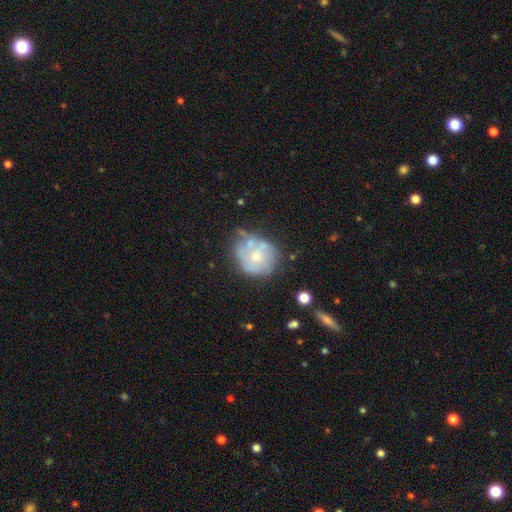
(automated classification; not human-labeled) Q: Smooth or featured?
A: featured or disk (54%); runner-up: smooth (38%)
Q: Edge-on disk?
A: no (98%); runner-up: yes (2%)
Q: Bar?
A: no (86%); runner-up: weak (12%)
Q: Spiral arms?
A: no (70%); runner-up: yes (30%)
Q: Bulge size?
A: moderate (51%); runner-up: small (40%)
Q: Merging?
A: none (47%); runner-up: minor disturbance (26%)